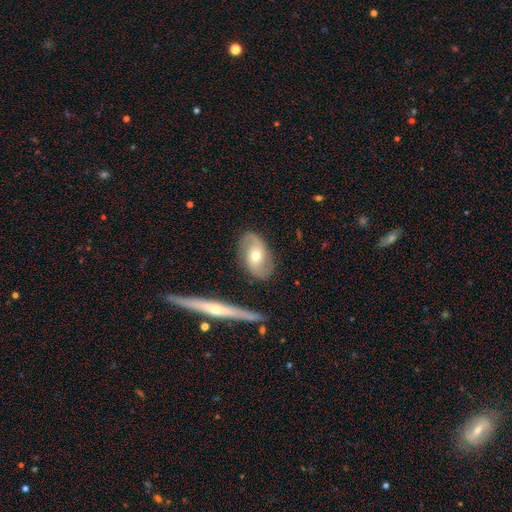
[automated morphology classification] A featured or disk galaxy (68%) with no bar (59%), 2 (88%) loose (48%) spiral arms (85%) and a moderate central bulge (62%).

Vote fractions:
- Smooth or featured? featured or disk: 68% / smooth: 26% / star or artifact: 6%
- Edge-on disk? no: 92% / yes: 8%
- Bar? no: 59% / weak: 30% / strong: 11%
- Spiral arms? yes: 85% / no: 15%
- Spiral winding? loose: 48% / medium: 36% / tight: 16%
- Spiral arm count? 2: 88% / can't tell: 6% / 1: 3% / 3: 1% / 4: 1% / more than 4: 1%
- Bulge size? moderate: 62% / small: 33% / large: 3% / none: 1% / dominant: 1%
- Merging? none: 79% / minor disturbance: 14% / major disturbance: 4% / merger: 3%